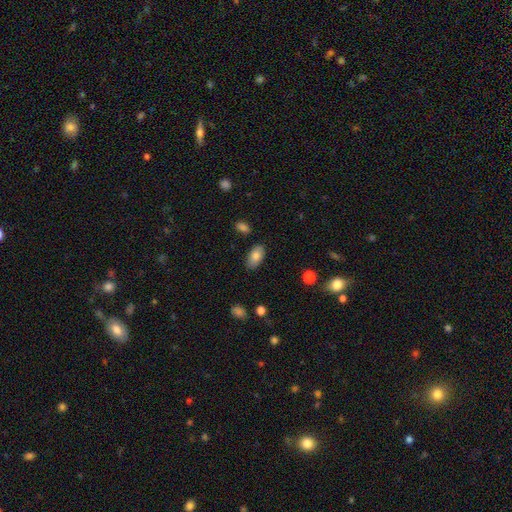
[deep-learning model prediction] smooth-or-featured: smooth: 81% | featured or disk: 12% | star or artifact: 7%
  how-rounded: in between: 94% | round: 3% | cigar-shaped: 2%
  merging: none: 83% | minor disturbance: 13% | major disturbance: 3% | merger: 2%